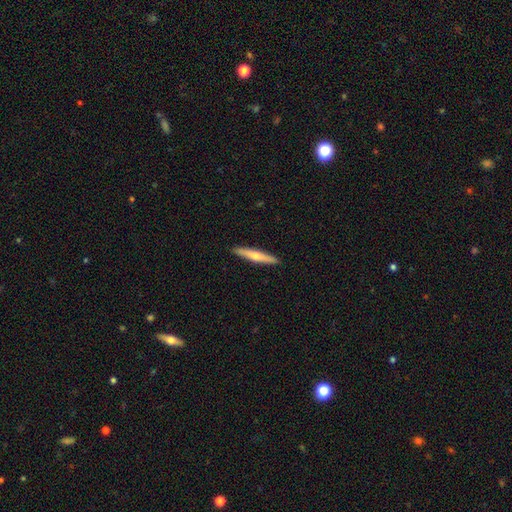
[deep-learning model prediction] smooth-or-featured: smooth: 56% | featured or disk: 39% | star or artifact: 5%
  how-rounded: cigar-shaped: 93% | in between: 6% | round: 1%
  merging: none: 92% | minor disturbance: 6% | major disturbance: 1% | merger: 1%